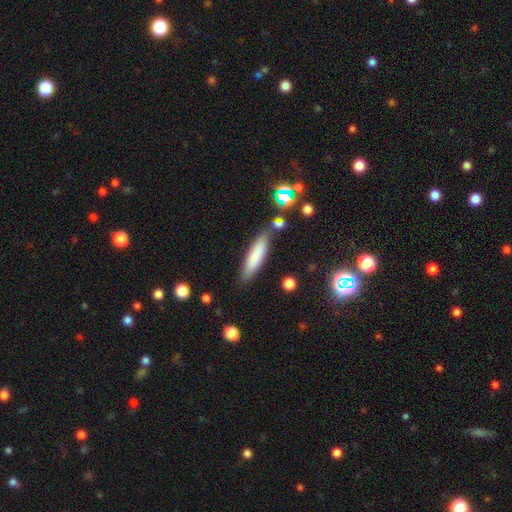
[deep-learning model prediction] The model was most divided on "how rounded": cigar-shaped: 77%, in between: 21%, round: 2%. More confident: merging — none (79%); smooth or featured — smooth (79%).